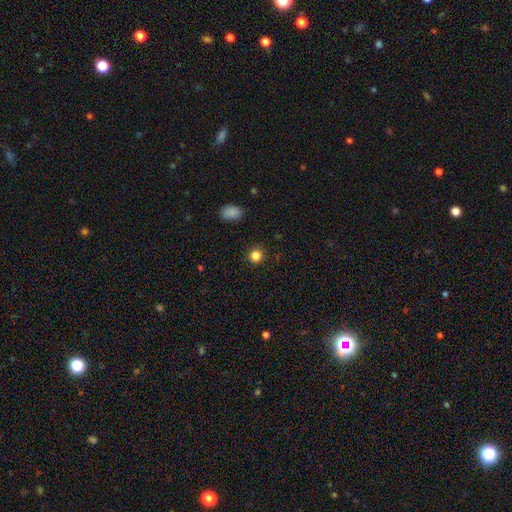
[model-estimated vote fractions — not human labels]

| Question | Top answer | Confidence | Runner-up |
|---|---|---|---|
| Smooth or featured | smooth | 82% | star or artifact (13%) |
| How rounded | round | 88% | in between (11%) |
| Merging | none | 90% | minor disturbance (7%) |